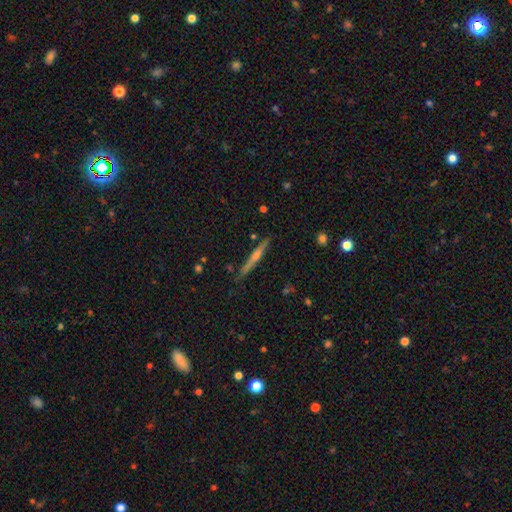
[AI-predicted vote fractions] Morphology: type=featured or disk (66%); edge-on=yes (97%); edge-on bulge=rounded (69%); merging=none (86%).